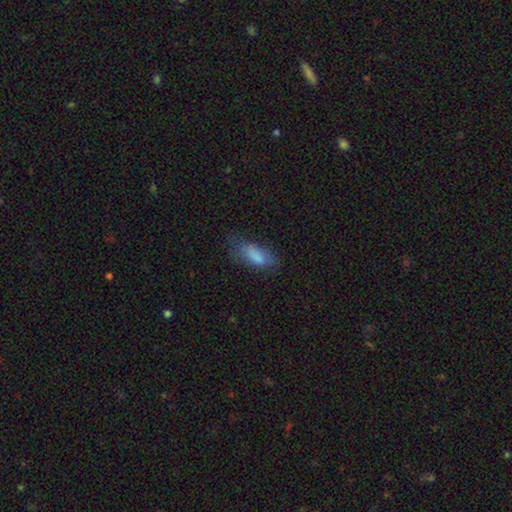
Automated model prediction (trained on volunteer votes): Q: Smooth or featured?
A: smooth (78%); runner-up: featured or disk (14%)
Q: How rounded?
A: in between (77%); runner-up: cigar-shaped (20%)
Q: Merging?
A: none (51%); runner-up: minor disturbance (30%)